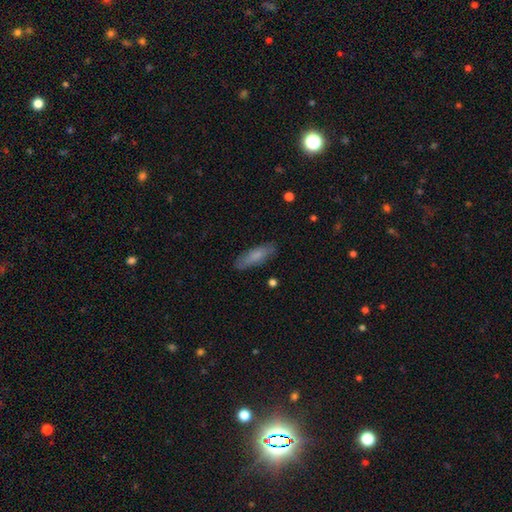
Smooth or featured: smooth — 80% (featured or disk — 15%)
How rounded: cigar-shaped — 59% (in between — 41%)
Merging: none — 87% (minor disturbance — 8%)